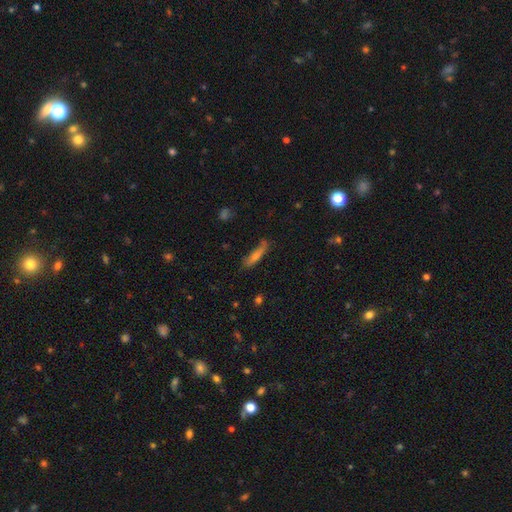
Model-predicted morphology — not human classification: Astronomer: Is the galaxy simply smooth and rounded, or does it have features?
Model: smooth — 57% (runner-up: featured or disk, 32%).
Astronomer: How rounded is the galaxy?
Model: cigar-shaped — 83%.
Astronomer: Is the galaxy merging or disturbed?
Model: none — 70%.